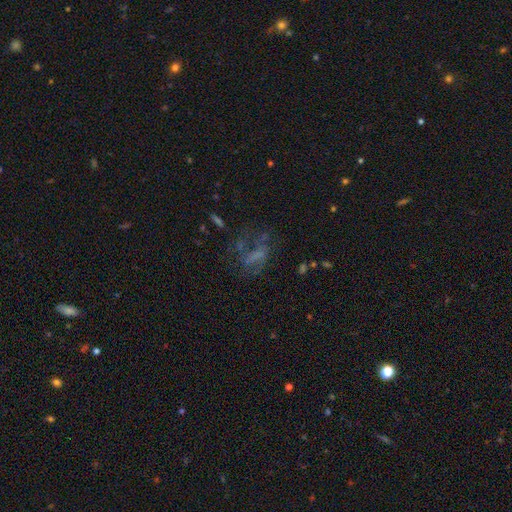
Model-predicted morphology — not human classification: type=featured or disk (47%); merging=none (40%).